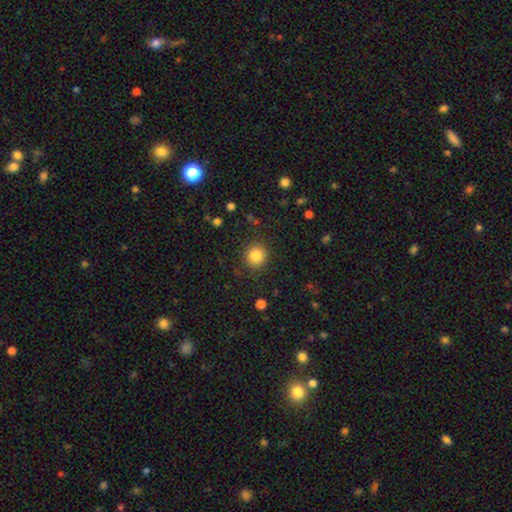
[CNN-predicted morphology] Smooth or featured? Predicted: smooth (p=0.85). How rounded? Predicted: round (p=0.89). Merging? Predicted: none (p=0.87).